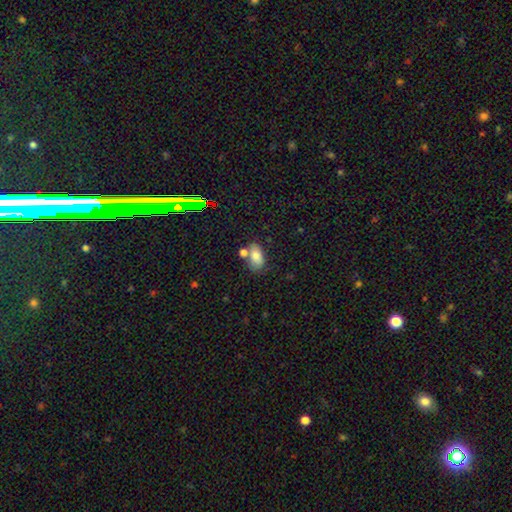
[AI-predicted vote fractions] Smooth or featured: smooth — 78% (featured or disk — 12%)
How rounded: in between — 89% (round — 8%)
Merging: none — 54% (merger — 24%)